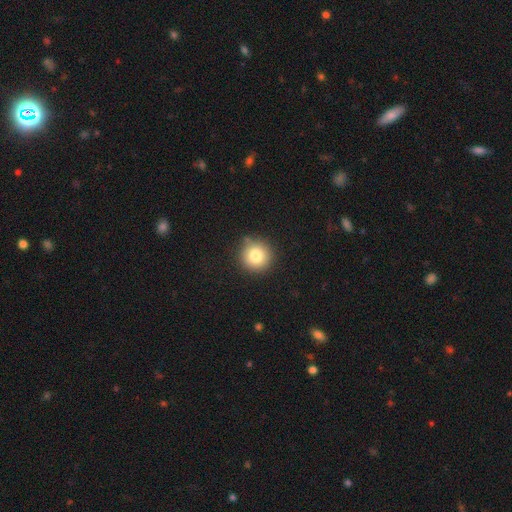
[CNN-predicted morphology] smooth 81%, star or artifact 11%, featured or disk 9%. Down the decision tree: how rounded — round (95%); merging — none (86%).